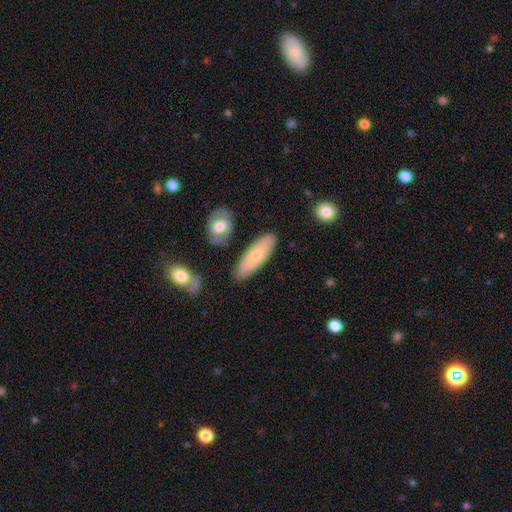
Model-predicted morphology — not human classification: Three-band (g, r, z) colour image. It shows a smooth galaxy with no disk features (62%) that is in between round and cigar-shaped (62%). Merging: none (78%).